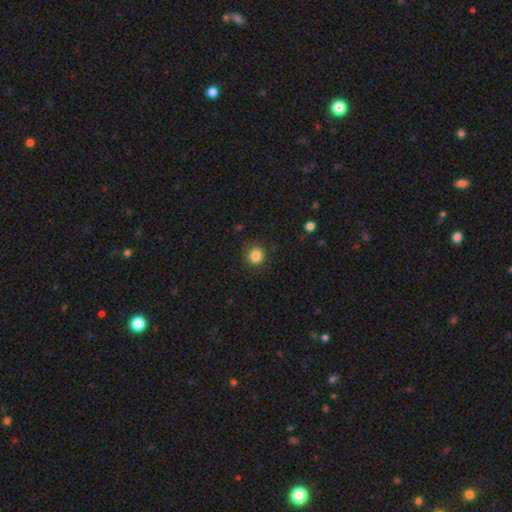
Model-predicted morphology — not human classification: smooth 84%, star or artifact 11%, featured or disk 4%. Down the decision tree: how rounded — round (88%); merging — none (85%).